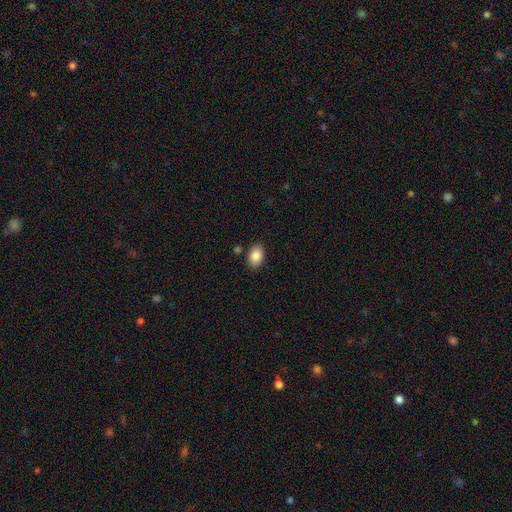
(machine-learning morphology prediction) Smooth or featured: smooth — 86% (star or artifact — 7%)
How rounded: in between — 86% (round — 13%)
Merging: none — 85% (minor disturbance — 10%)